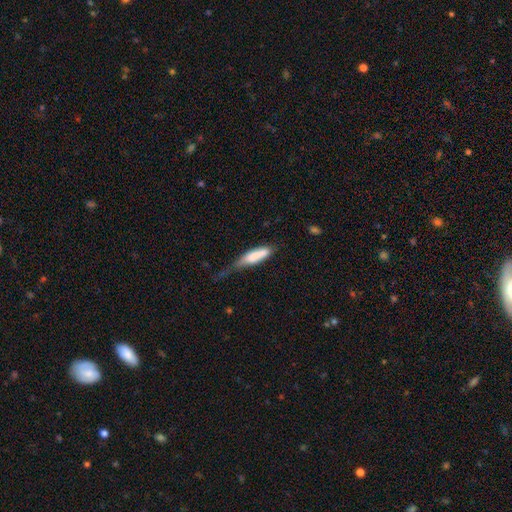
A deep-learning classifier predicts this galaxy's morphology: smooth 74%, featured or disk 20%, star or artifact 6%. Down the decision tree: how rounded — cigar-shaped (63%); merging — minor disturbance (37%).